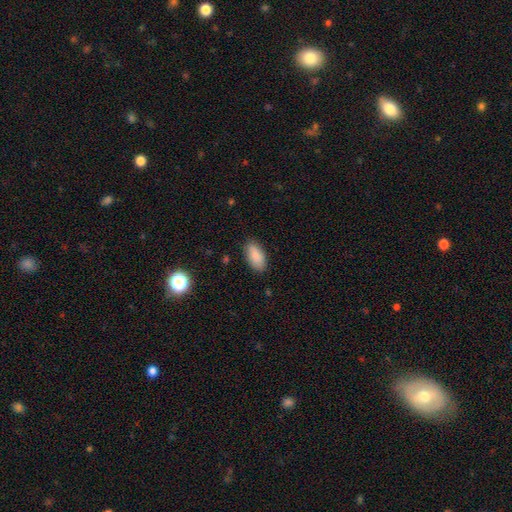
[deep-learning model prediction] Smooth or featured? smooth (88%)
How rounded? in between (92%)
Merging? none (86%)